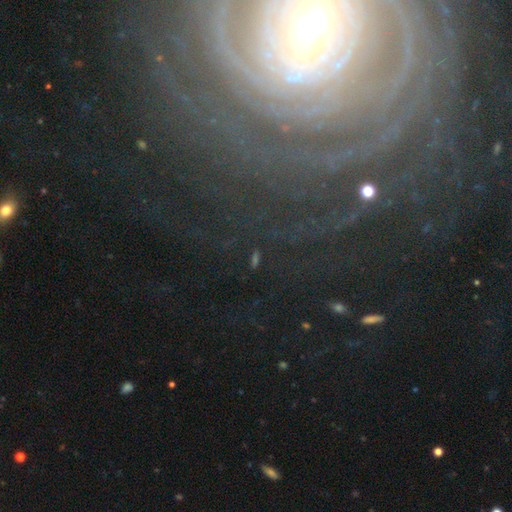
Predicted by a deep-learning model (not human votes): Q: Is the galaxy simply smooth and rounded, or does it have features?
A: featured or disk — 46%.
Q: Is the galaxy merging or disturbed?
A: none — 76%.